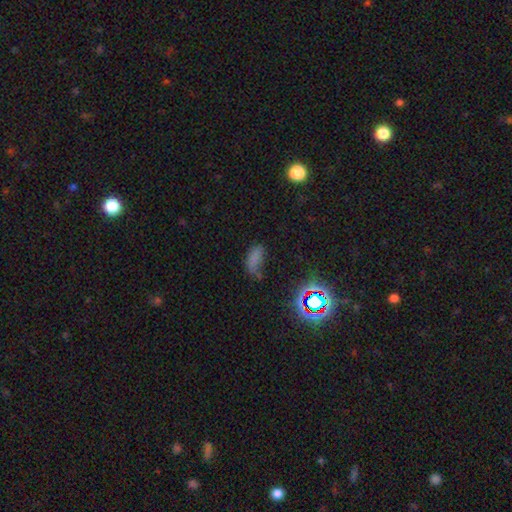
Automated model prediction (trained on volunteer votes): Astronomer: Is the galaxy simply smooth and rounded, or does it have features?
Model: smooth — 60%.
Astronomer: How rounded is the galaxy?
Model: in between — 81%.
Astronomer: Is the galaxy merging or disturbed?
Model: none — 52%.